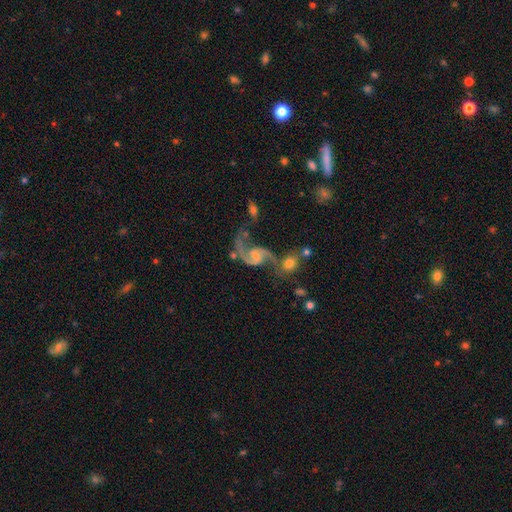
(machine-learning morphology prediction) Smooth or featured? Predicted: featured or disk (p=0.89). Edge-on disk? Predicted: no (p=0.98). Bar? Predicted: no (p=0.52). Spiral arms? Predicted: yes (p=0.97). Spiral winding? Predicted: loose (p=0.47). Spiral arm count? Predicted: 2 (p=0.88). Bulge size? Predicted: small (p=0.55). Merging? Predicted: none (p=0.37).